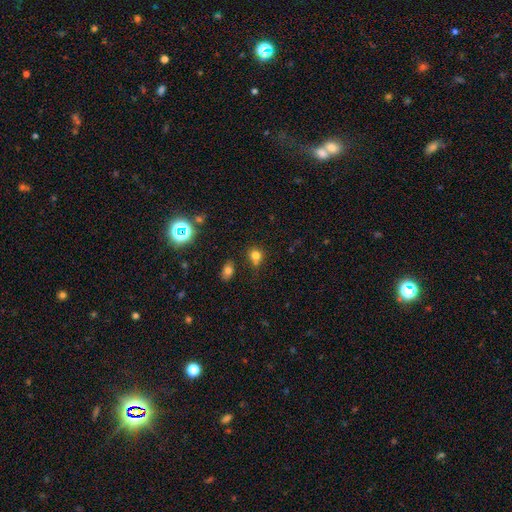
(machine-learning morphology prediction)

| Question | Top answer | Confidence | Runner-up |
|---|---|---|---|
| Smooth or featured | smooth | 74% | star or artifact (17%) |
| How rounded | round | 70% | in between (29%) |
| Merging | none | 57% | minor disturbance (20%) |